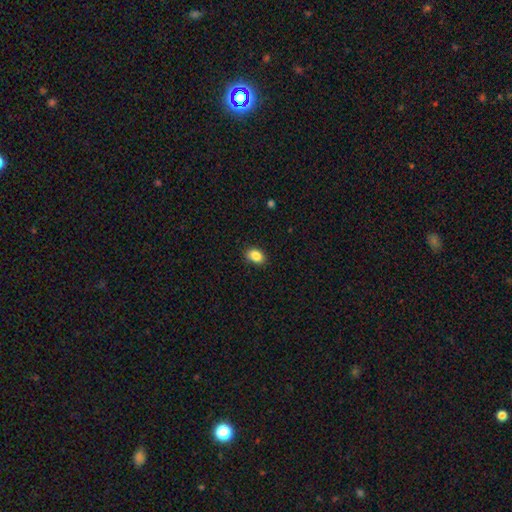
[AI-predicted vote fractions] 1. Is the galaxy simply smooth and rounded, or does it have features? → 87% smooth, 9% star or artifact, 4% featured or disk.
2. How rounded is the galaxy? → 75% in between, 24% round, 1% cigar-shaped.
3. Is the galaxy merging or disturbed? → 87% none, 10% minor disturbance, 2% major disturbance, 1% merger.